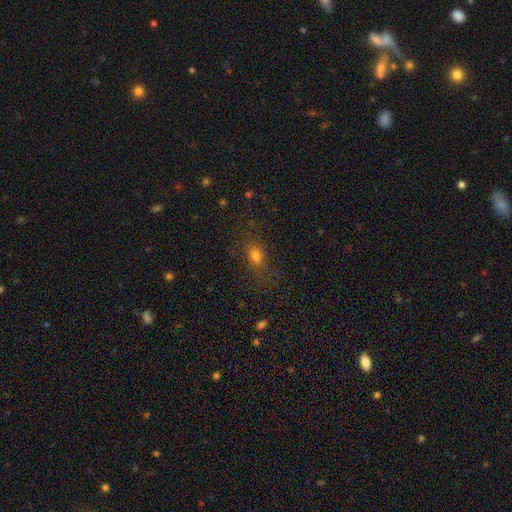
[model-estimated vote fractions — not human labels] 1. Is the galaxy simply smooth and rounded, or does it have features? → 75% smooth, 15% star or artifact, 9% featured or disk.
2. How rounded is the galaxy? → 62% in between, 33% round, 5% cigar-shaped.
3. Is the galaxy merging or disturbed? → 77% none, 14% minor disturbance, 7% major disturbance, 2% merger.